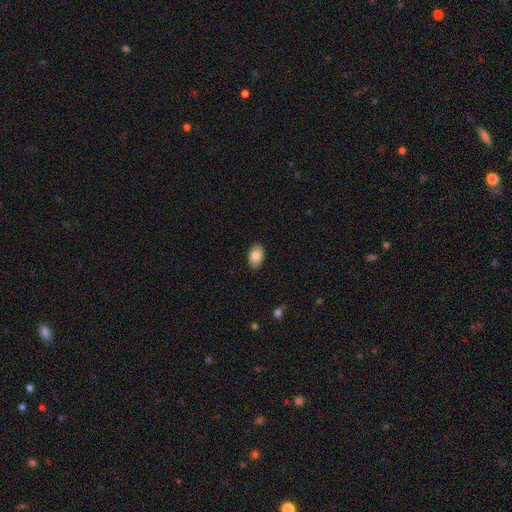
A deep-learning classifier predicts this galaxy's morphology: Overall: smooth (85%). How rounded: in between (90%). Merging: none (87%).